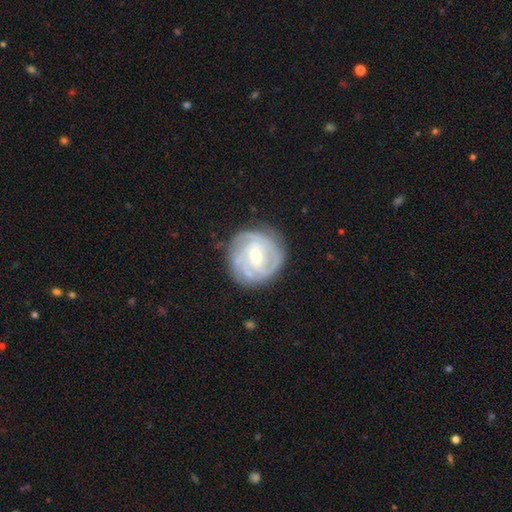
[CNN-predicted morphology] This is clearly a featured or disk galaxy (82%). It is clearly not viewed edge-on (97%). Bar: possibly weak (52%). Spiral arm pattern: clearly yes (93%). Spiral arm count: marginally can't tell (32%). Spiral winding: likely tight (68%). Central bulge: possibly moderate (57%). Merging: likely none (80%).